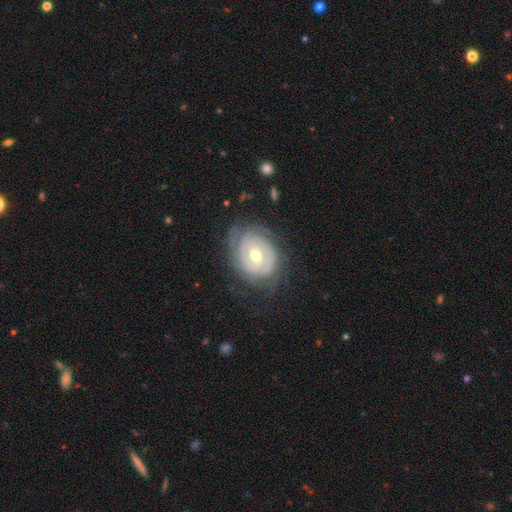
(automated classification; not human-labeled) Smooth or featured: featured or disk — 84% (smooth — 11%)
Edge-on disk: no — 97% (yes — 3%)
Bar: weak — 44% (no — 37%)
Spiral arms: yes — 91% (no — 9%)
Spiral winding: tight — 76% (medium — 18%)
Spiral arm count: can't tell — 37% (2 — 29%)
Bulge size: moderate — 72% (small — 22%)
Merging: none — 70% (minor disturbance — 20%)